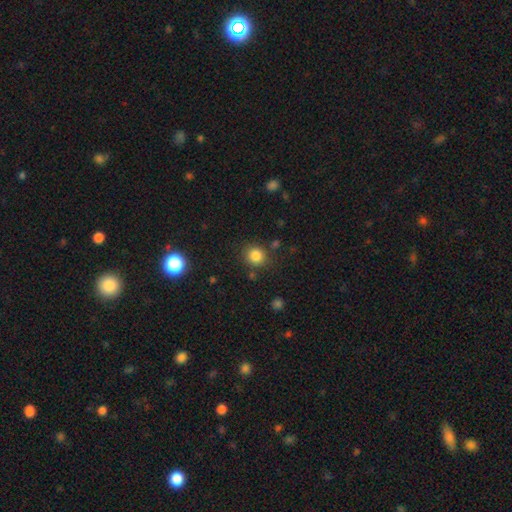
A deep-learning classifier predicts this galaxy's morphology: smooth_or_featured: smooth (p=0.83) [alt: star or artifact p=0.12]
how_rounded: round (p=0.86) [alt: in between p=0.13]
merging: none (p=0.81) [alt: minor disturbance p=0.10]